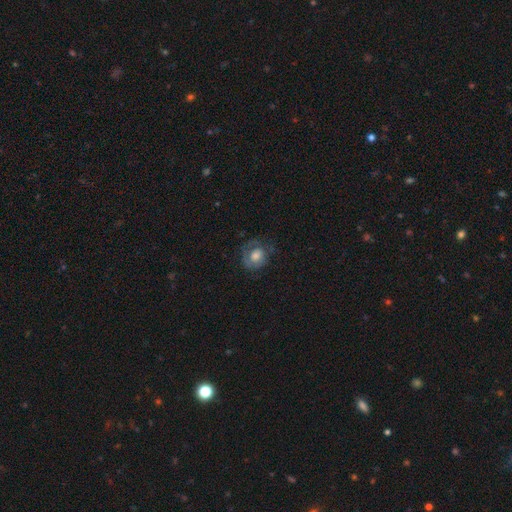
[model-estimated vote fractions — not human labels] This appears to be a smooth galaxy with no disk features (50%). Merging: none (57%).